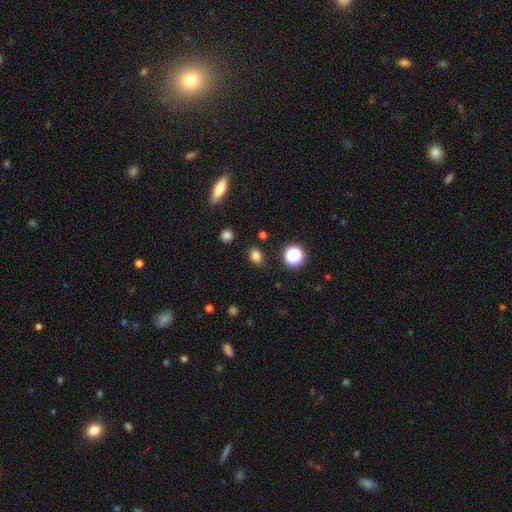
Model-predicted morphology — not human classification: Smooth or featured? Predicted: smooth (p=0.81). How rounded? Predicted: in between (p=0.71). Merging? Predicted: none (p=0.87).